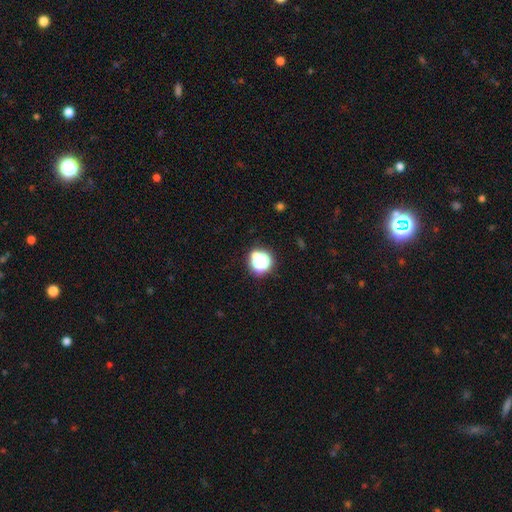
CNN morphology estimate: Smooth or featured: smooth — 45% (tied with star or artifact — 45%)
Merging: none — 74% (minor disturbance — 12%)